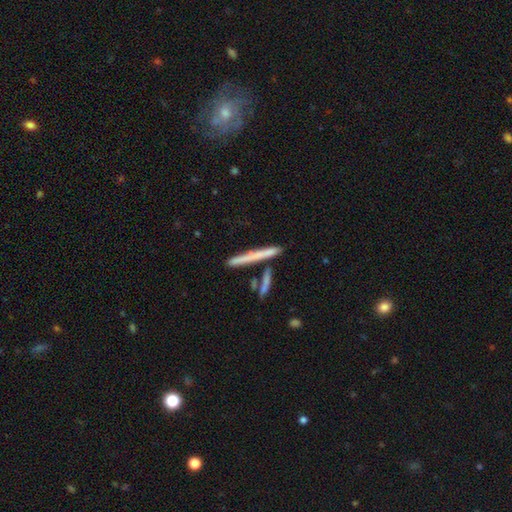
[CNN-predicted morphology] Smooth or featured?
  - smooth: 55% *
  - featured or disk: 38%
  - star or artifact: 7%
How rounded?
  - cigar-shaped: 95% *
  - in between: 3%
  - round: 2%
Merging?
  - none: 77% *
  - merger: 11%
  - minor disturbance: 9%
  - major disturbance: 3%